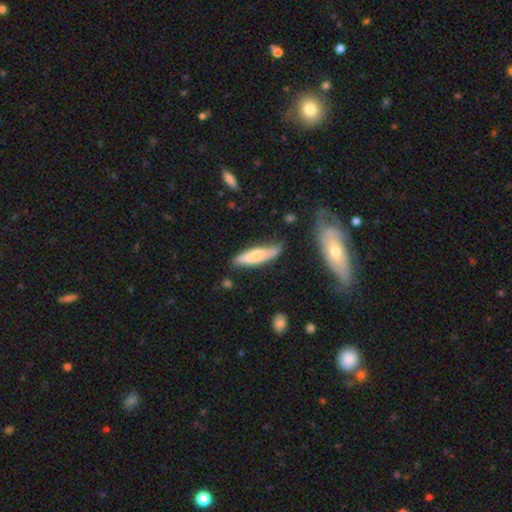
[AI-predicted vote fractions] Smooth or featured: smooth — 65% (featured or disk — 29%)
How rounded: cigar-shaped — 70% (in between — 28%)
Merging: none — 68% (minor disturbance — 23%)